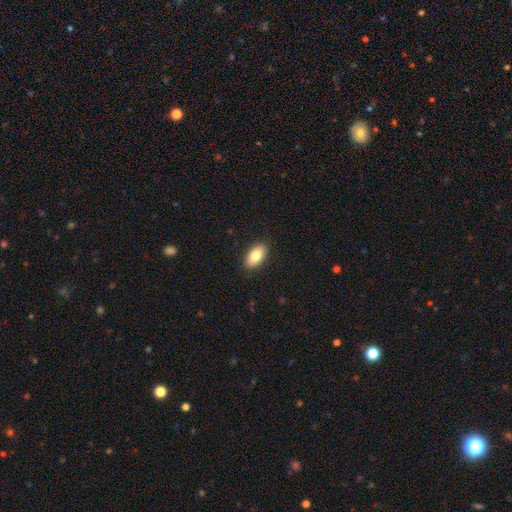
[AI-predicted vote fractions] A smooth galaxy with no disk features (81%) that is in between round and cigar-shaped (93%). Merging: none (89%).